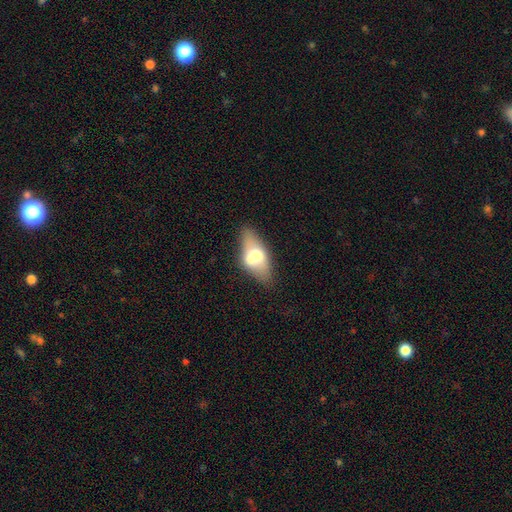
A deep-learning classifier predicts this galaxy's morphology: Smooth or featured: smooth — 56% (featured or disk — 36%)
How rounded: in between — 84% (cigar-shaped — 10%)
Merging: none — 50% (merger — 23%)